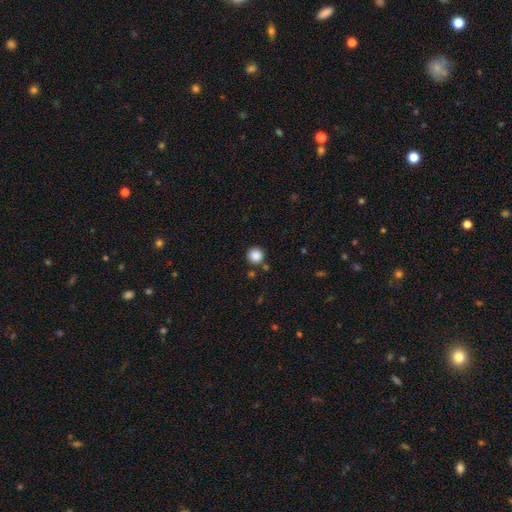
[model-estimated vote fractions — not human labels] This appears to be a smooth galaxy with no disk features (87%) that is round (95%). Merging: none (86%).